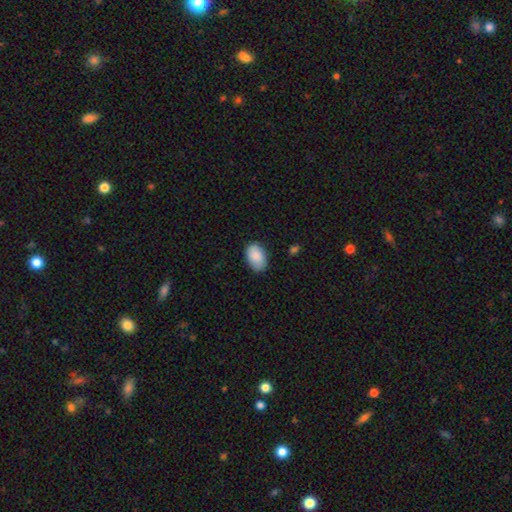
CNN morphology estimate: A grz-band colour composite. It shows a smooth galaxy with no disk features (88%) that is in between round and cigar-shaped (91%). Merging: none (83%).